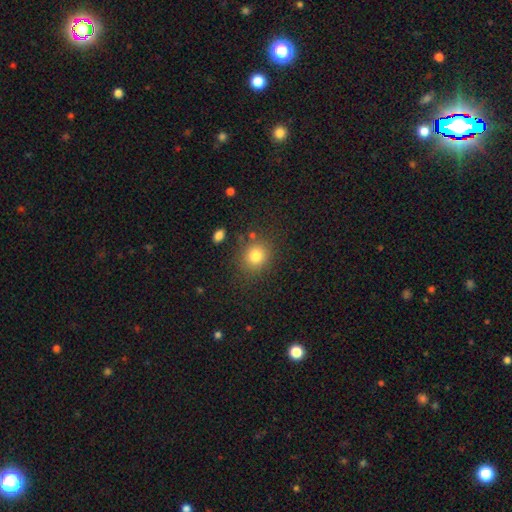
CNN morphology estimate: This is clearly a smooth galaxy (81%). How rounded: likely round (80%). Merging: clearly none (82%).